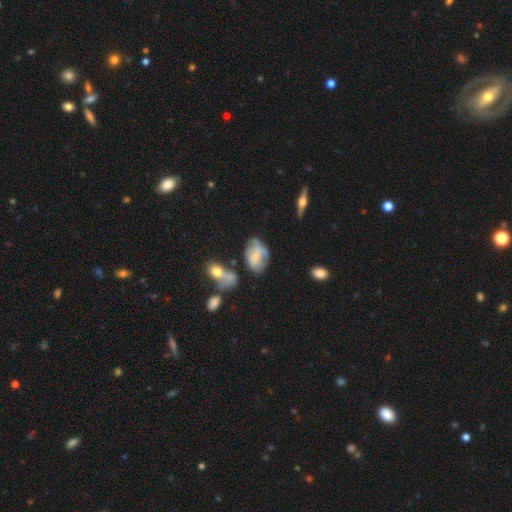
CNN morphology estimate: Smooth or featured: smooth — 58% (featured or disk — 33%)
How rounded: in between — 88% (round — 10%)
Merging: none — 43% (minor disturbance — 30%)